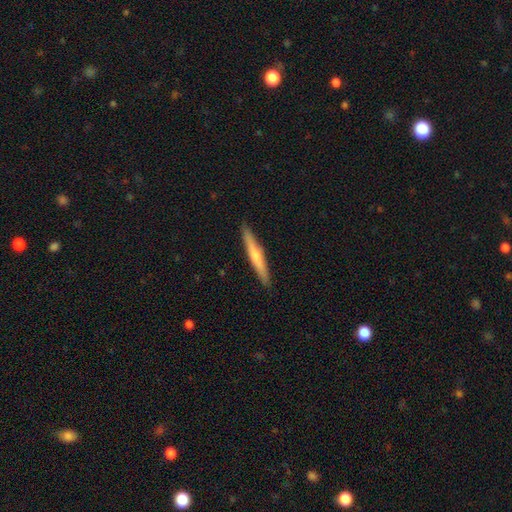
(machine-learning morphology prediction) Smooth or featured? Predicted: smooth (p=0.49). Merging? Predicted: none (p=0.92).